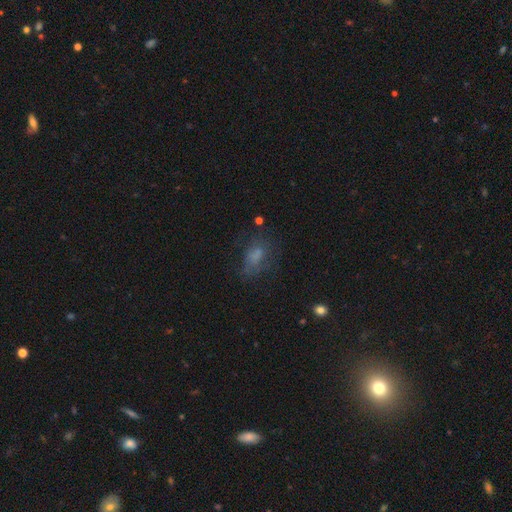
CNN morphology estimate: Smooth or featured? Predicted: smooth (p=0.58). How rounded? Predicted: in between (p=0.77). Merging? Predicted: none (p=0.51).